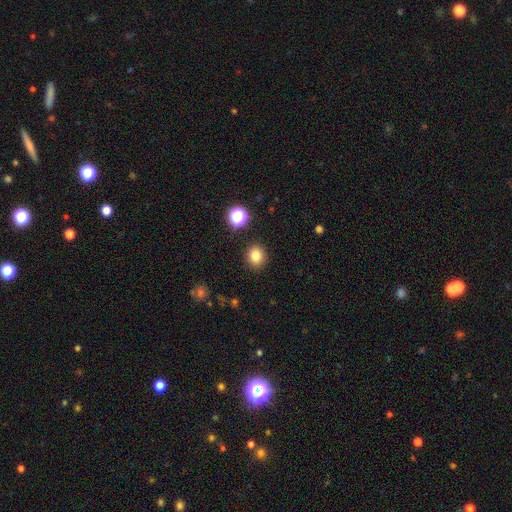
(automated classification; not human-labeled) A smooth galaxy with no disk features (81%) that is round (77%). Merging: none (89%).